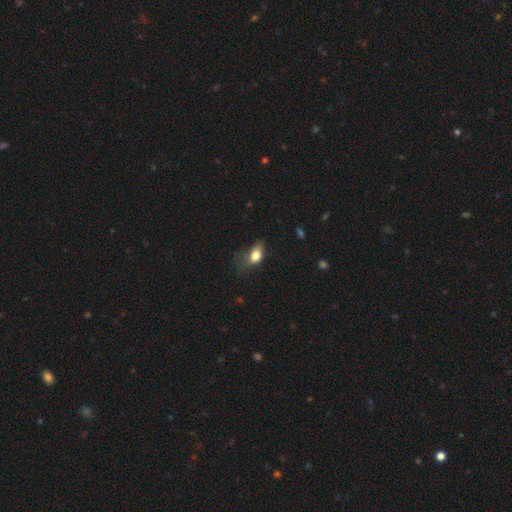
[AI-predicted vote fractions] smooth_or_featured: smooth (p=0.78) [alt: featured or disk p=0.13]
how_rounded: in between (p=0.79) [alt: round p=0.18]
merging: minor disturbance (p=0.35) [alt: none p=0.32]